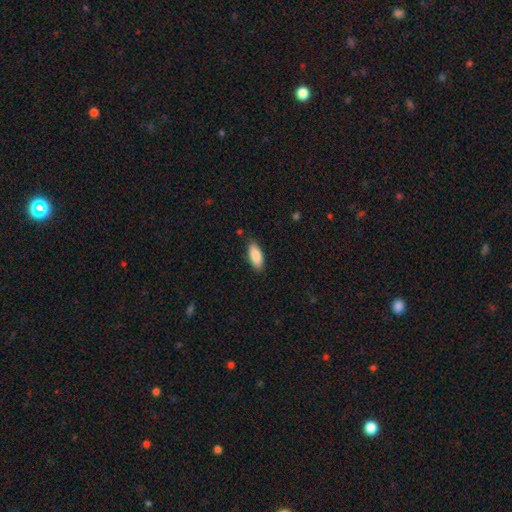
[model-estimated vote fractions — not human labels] The model was most divided on "how rounded": in between: 84%, cigar-shaped: 14%, round: 2%. More confident: smooth or featured — smooth (88%); merging — none (85%).